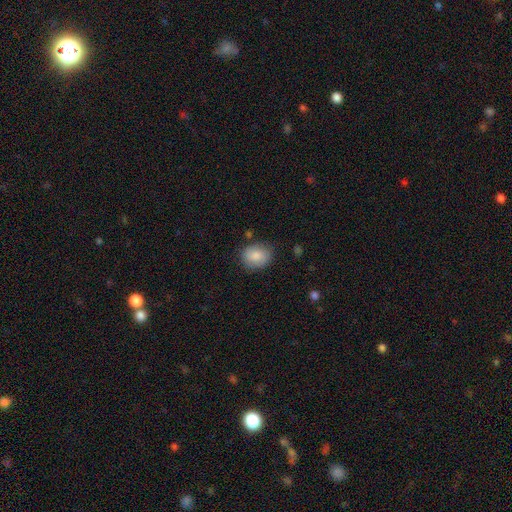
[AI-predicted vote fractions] Smooth or featured? Predicted: smooth (p=0.84). How rounded? Predicted: round (p=0.53). Merging? Predicted: none (p=0.79).